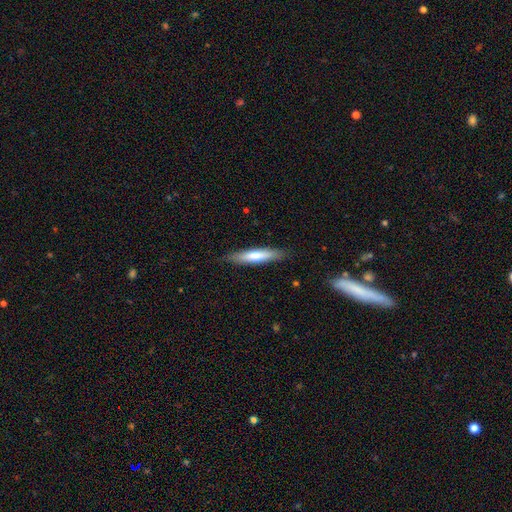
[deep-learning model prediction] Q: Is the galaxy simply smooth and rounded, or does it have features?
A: smooth — 69%.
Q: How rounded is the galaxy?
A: cigar-shaped — 85%.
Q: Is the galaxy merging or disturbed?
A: none — 87%.